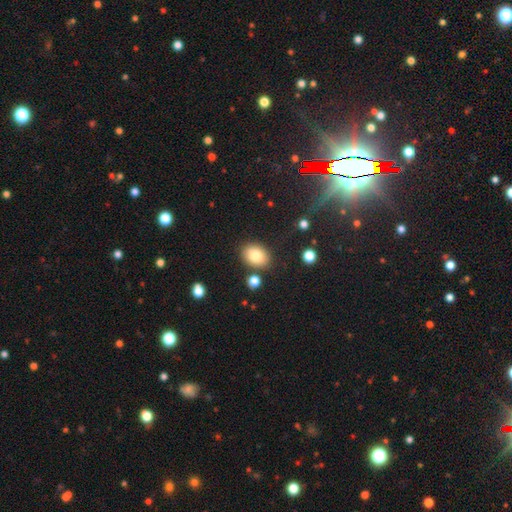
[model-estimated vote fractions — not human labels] This is clearly a smooth galaxy (81%). How rounded: likely in between (69%). Merging: clearly none (81%).